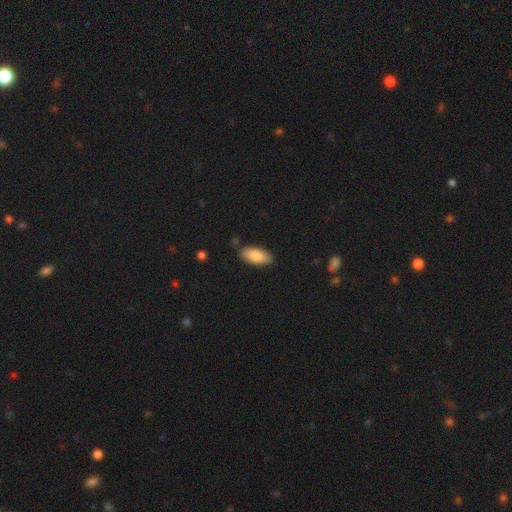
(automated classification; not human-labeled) The model was most divided on "merging": none: 83%, minor disturbance: 12%, merger: 2%, major disturbance: 2%. More confident: how rounded — in between (89%); smooth or featured — smooth (83%).